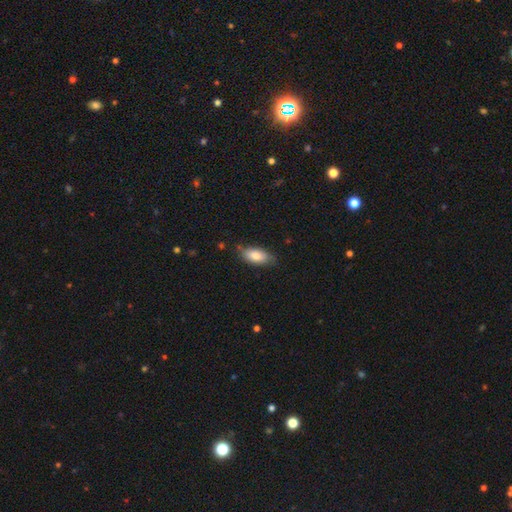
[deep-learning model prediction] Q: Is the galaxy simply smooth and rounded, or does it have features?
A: smooth — 81%.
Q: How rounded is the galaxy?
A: in between — 88%.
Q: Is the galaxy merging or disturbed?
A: none — 75%.